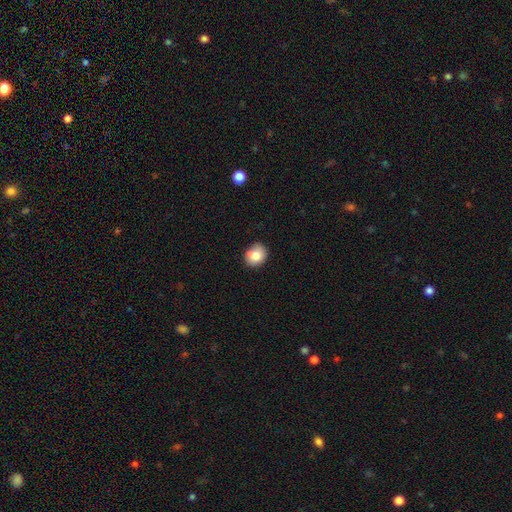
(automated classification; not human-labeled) smooth_or_featured: smooth (p=0.83) [alt: star or artifact p=0.09]
how_rounded: round (p=0.70) [alt: in between p=0.29]
merging: none (p=0.76) [alt: minor disturbance p=0.19]